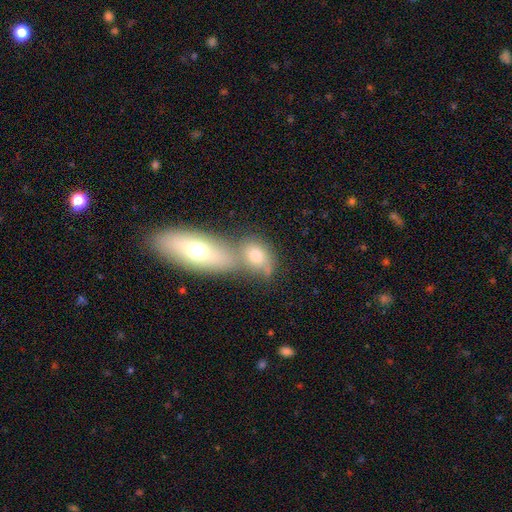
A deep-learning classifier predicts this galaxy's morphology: Smooth or featured? smooth (69%)
How rounded? in between (67%)
Merging? merger (52%)